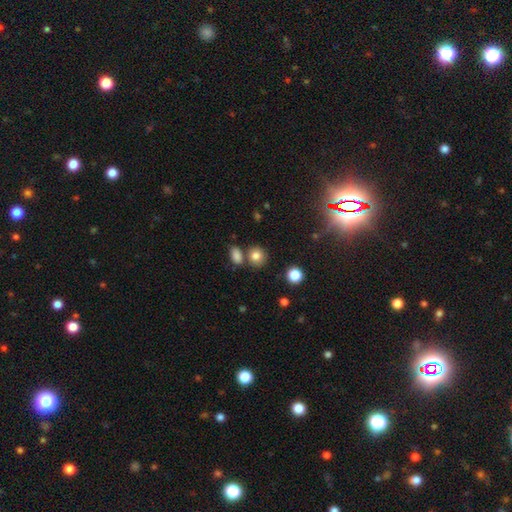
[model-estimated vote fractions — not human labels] A smooth galaxy with no disk features (81%) that is round (74%). Merging: none (70%).